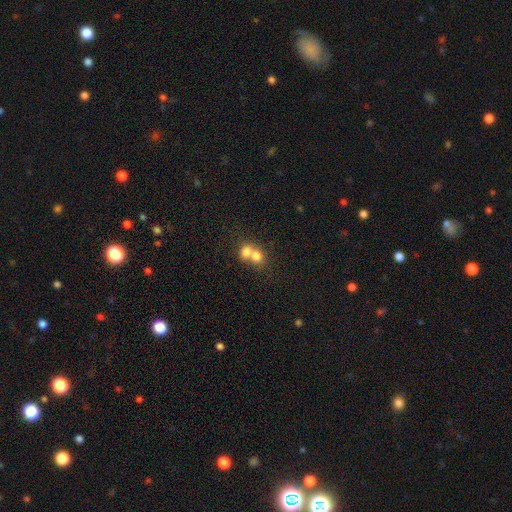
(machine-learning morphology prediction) The model was most divided on "how rounded": round: 67%, in between: 32%, cigar-shaped: 1%. More confident: smooth or featured — smooth (74%); merging — merger (71%).